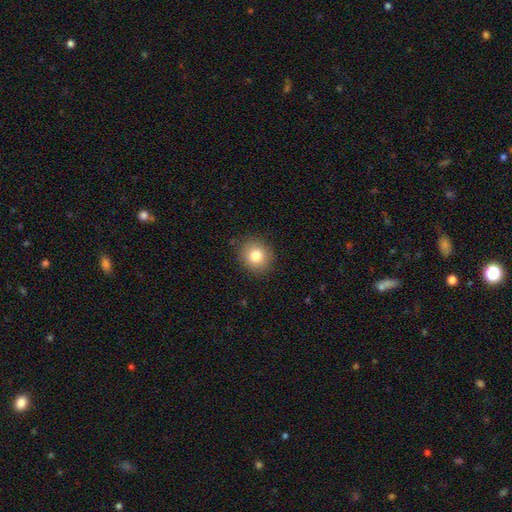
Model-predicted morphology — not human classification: Smooth or featured?
  - smooth: 81% *
  - star or artifact: 11%
  - featured or disk: 9%
How rounded?
  - round: 80% *
  - in between: 19%
  - cigar-shaped: 1%
Merging?
  - none: 88% *
  - minor disturbance: 9%
  - major disturbance: 3%
  - merger: 1%